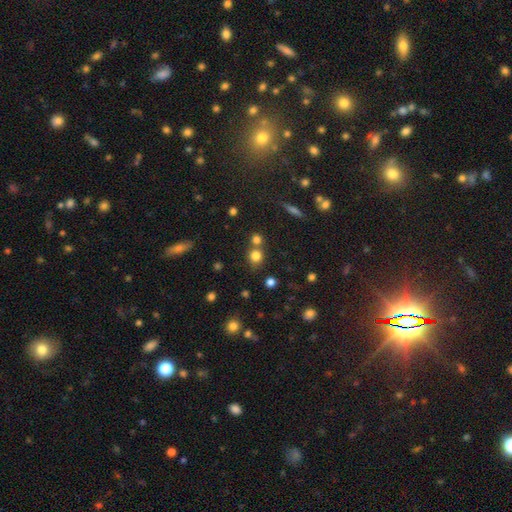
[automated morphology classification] Smooth or featured: smooth — 78% (star or artifact — 15%)
How rounded: round — 84% (in between — 15%)
Merging: none — 61% (merger — 27%)